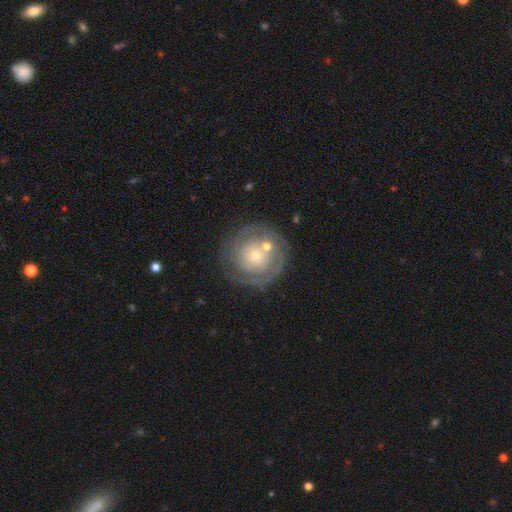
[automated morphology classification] Smooth or featured? Predicted: featured or disk (p=0.70). Edge-on disk? Predicted: no (p=0.97). Bar? Predicted: no (p=0.85). Spiral arms? Predicted: yes (p=0.79). Spiral winding? Predicted: tight (p=0.76). Spiral arm count? Predicted: can't tell (p=0.40). Bulge size? Predicted: small (p=0.66). Merging? Predicted: none (p=0.72).